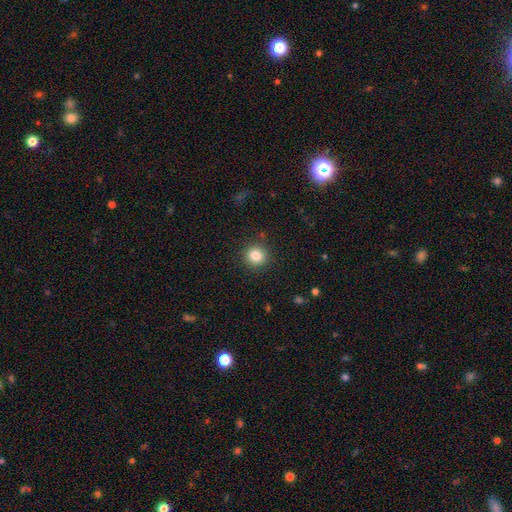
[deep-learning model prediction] Smooth or featured?
  - smooth: 84% *
  - star or artifact: 11%
  - featured or disk: 6%
How rounded?
  - round: 92% *
  - in between: 7%
  - cigar-shaped: 1%
Merging?
  - none: 89% *
  - minor disturbance: 7%
  - major disturbance: 2%
  - merger: 1%